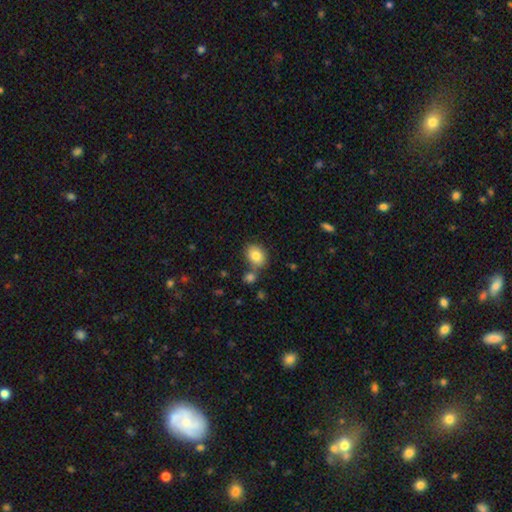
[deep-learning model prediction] This is clearly a smooth galaxy (81%). How rounded: possibly in between (55%). Merging: likely none (68%).